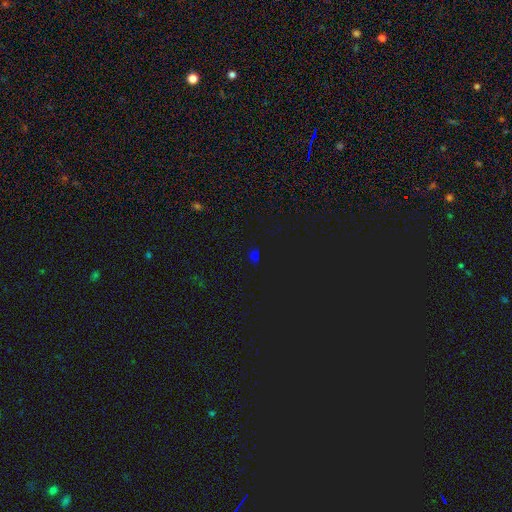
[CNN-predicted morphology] A star or artifact, not a galaxy (60%).

Vote fractions:
- Smooth or featured? star or artifact: 60% / smooth: 34% / featured or disk: 6%